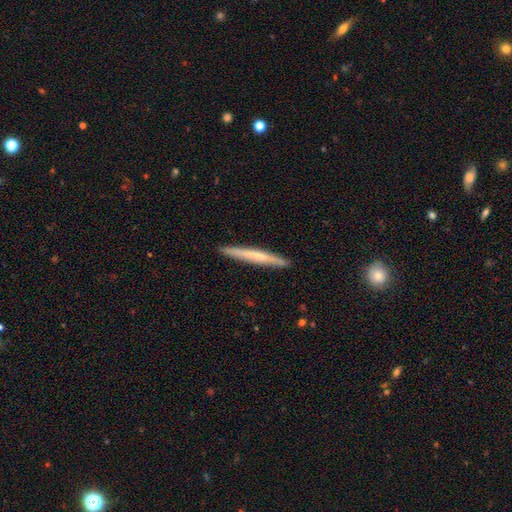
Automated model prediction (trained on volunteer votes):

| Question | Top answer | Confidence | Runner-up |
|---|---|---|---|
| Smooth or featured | smooth | 54% | featured or disk (41%) |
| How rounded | cigar-shaped | 97% | in between (2%) |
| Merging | none | 91% | minor disturbance (6%) |